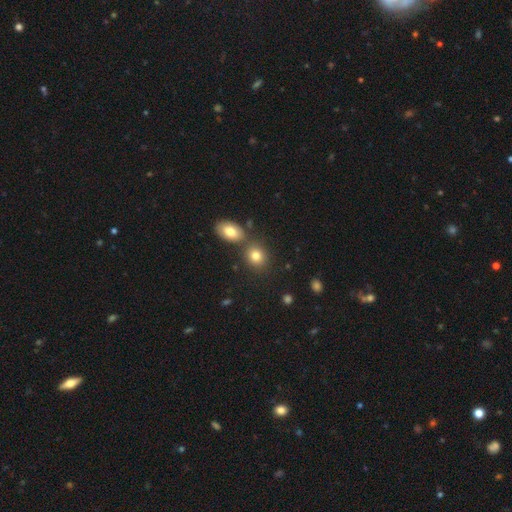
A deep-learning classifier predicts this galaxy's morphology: smooth_or_featured: smooth (p=0.80) [alt: star or artifact p=0.11]
how_rounded: round (p=0.64) [alt: in between p=0.35]
merging: none (p=0.66) [alt: merger p=0.22]